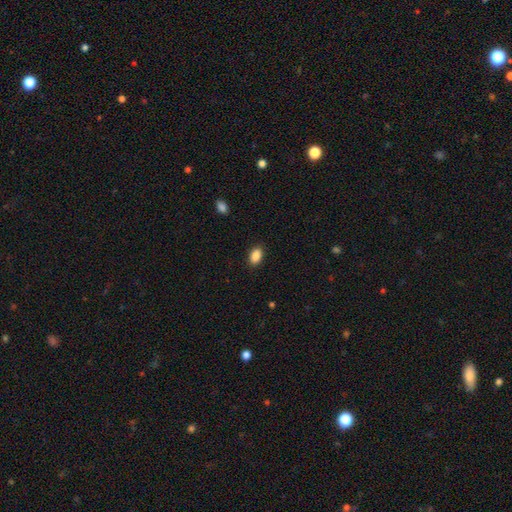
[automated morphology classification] type=smooth (89%); roundness=in between (90%); merging=none (89%).